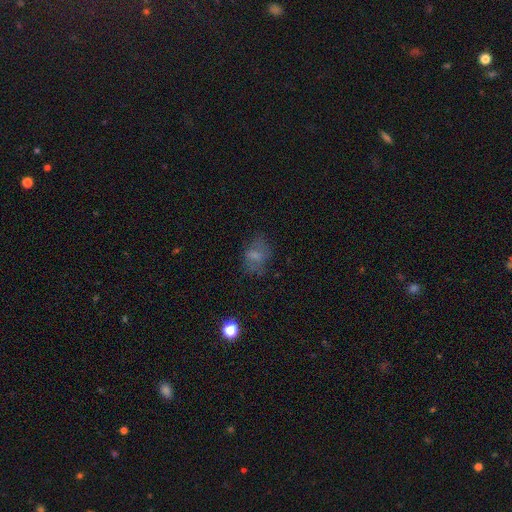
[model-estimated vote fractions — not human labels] Q: Smooth or featured?
A: smooth (60%); runner-up: featured or disk (25%)
Q: How rounded?
A: in between (68%); runner-up: round (30%)
Q: Merging?
A: none (58%); runner-up: minor disturbance (22%)